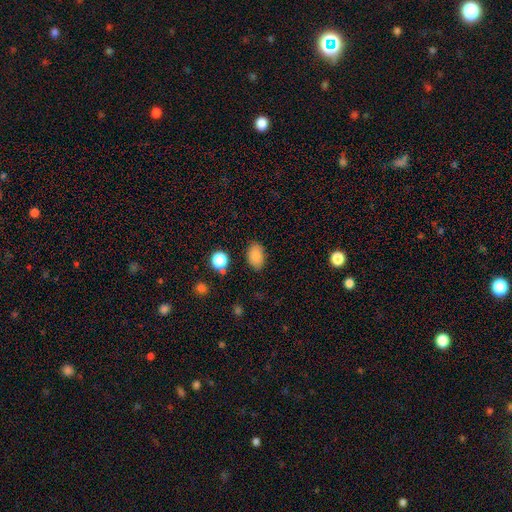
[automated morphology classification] The model was most divided on "merging": none: 83%, minor disturbance: 12%, major disturbance: 3%, merger: 2%. More confident: how rounded — in between (86%); smooth or featured — smooth (84%).